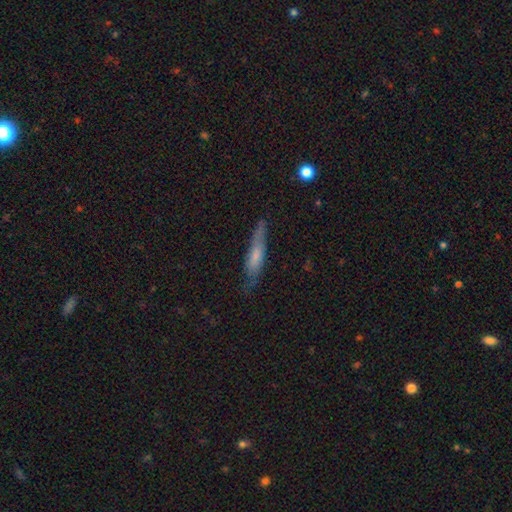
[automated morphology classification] smooth 56%, featured or disk 37%, star or artifact 7%. Down the decision tree: how rounded — cigar-shaped (84%); merging — none (67%).